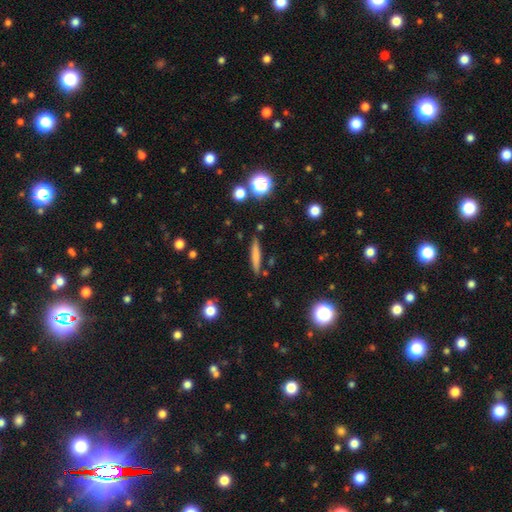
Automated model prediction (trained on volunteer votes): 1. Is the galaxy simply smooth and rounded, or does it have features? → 67% smooth, 24% featured or disk, 8% star or artifact.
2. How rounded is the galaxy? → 92% cigar-shaped, 6% in between, 2% round.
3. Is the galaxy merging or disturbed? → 86% none, 9% minor disturbance, 3% merger, 2% major disturbance.